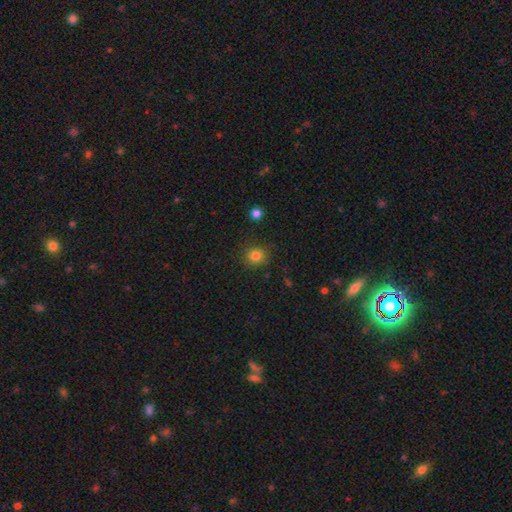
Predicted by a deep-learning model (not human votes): A smooth galaxy with no disk features (82%) that is round (87%). Merging: none (87%).